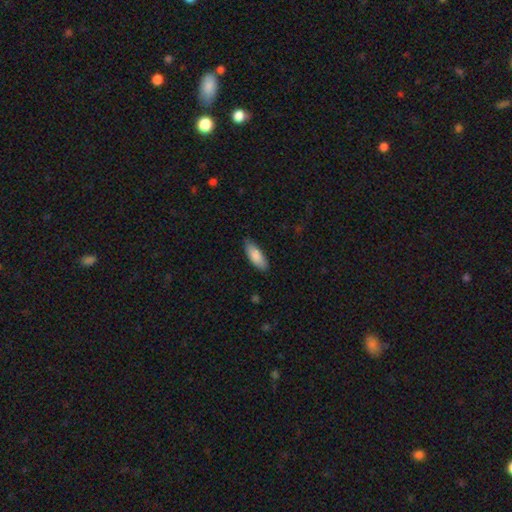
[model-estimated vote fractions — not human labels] Overall: smooth (87%). How rounded: in between (70%). Merging: none (84%).